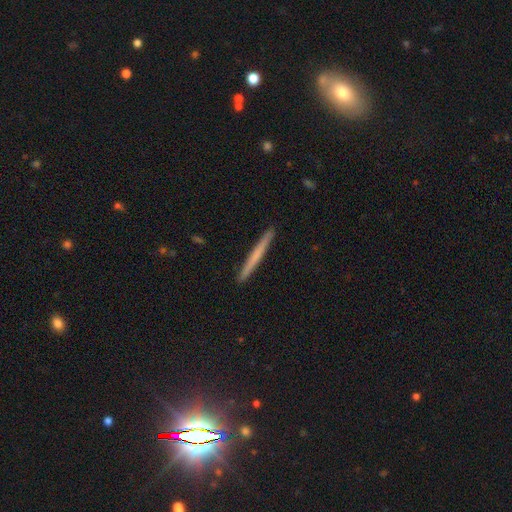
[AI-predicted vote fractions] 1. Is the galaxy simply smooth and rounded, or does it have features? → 53% smooth, 41% featured or disk, 6% star or artifact.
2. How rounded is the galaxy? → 97% cigar-shaped, 2% in between, 1% round.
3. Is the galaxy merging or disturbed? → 93% none, 5% minor disturbance, 1% major disturbance, 1% merger.